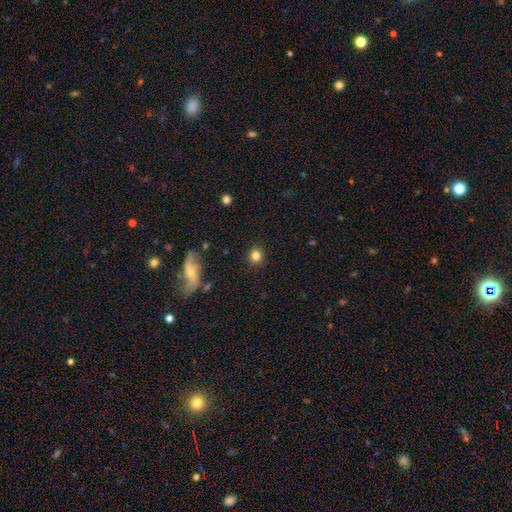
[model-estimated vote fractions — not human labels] Smooth or featured: smooth — 82% (star or artifact — 11%)
How rounded: round — 87% (in between — 12%)
Merging: none — 89% (minor disturbance — 7%)